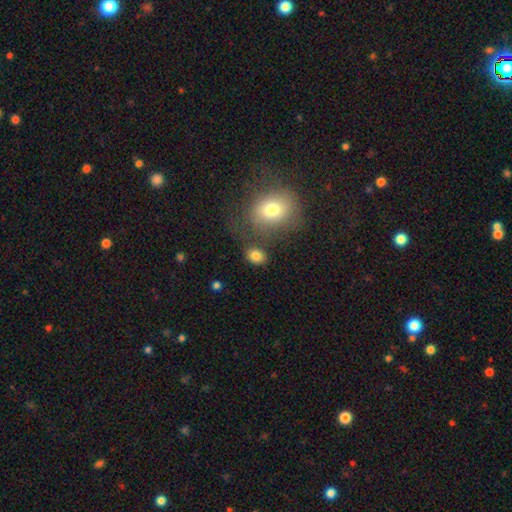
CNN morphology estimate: A smooth galaxy with no disk features (82%) that is in between round and cigar-shaped (61%).

Vote fractions:
- Smooth or featured? smooth: 82% / star or artifact: 10% / featured or disk: 7%
- How rounded? in between: 61% / round: 37% / cigar-shaped: 1%
- Merging? none: 73% / minor disturbance: 13% / merger: 10% / major disturbance: 5%